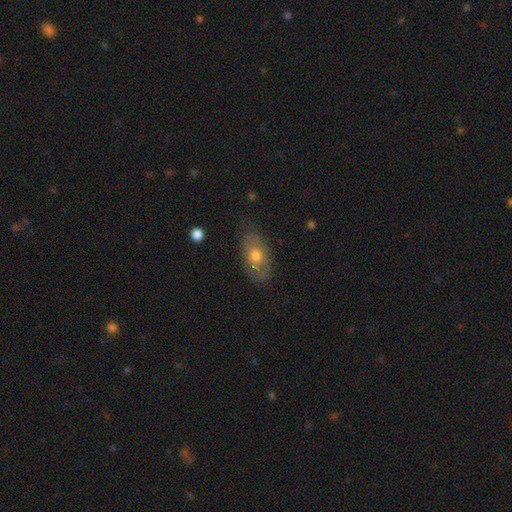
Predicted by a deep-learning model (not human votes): This appears to be a smooth galaxy with no disk features (50%). Merging: none (78%).